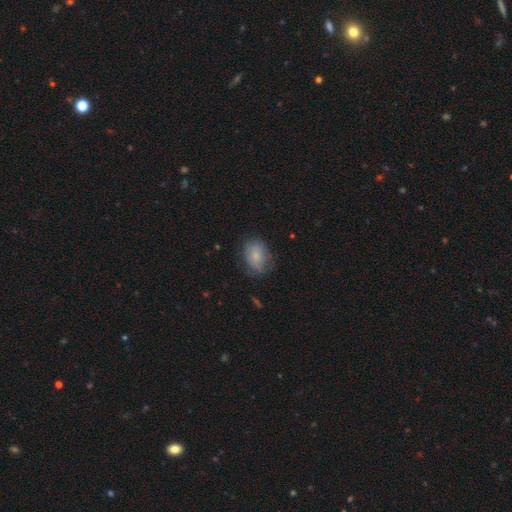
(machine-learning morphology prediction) Smooth or featured? smooth (75%)
How rounded? in between (70%)
Merging? none (64%)